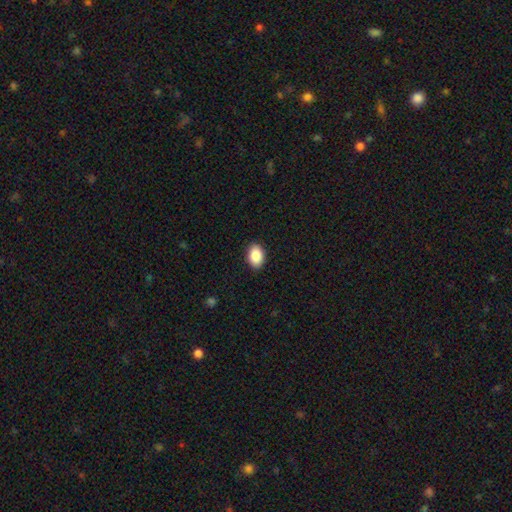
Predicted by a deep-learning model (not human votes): A smooth galaxy with no disk features (89%) that is in between round and cigar-shaped (87%). Merging: none (90%).